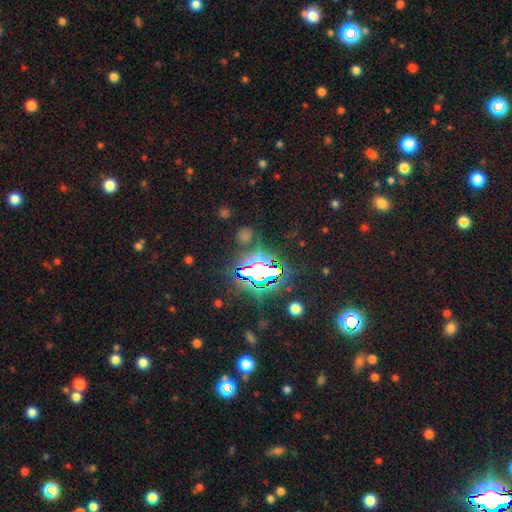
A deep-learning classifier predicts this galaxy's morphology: Overall: star or artifact (80%).